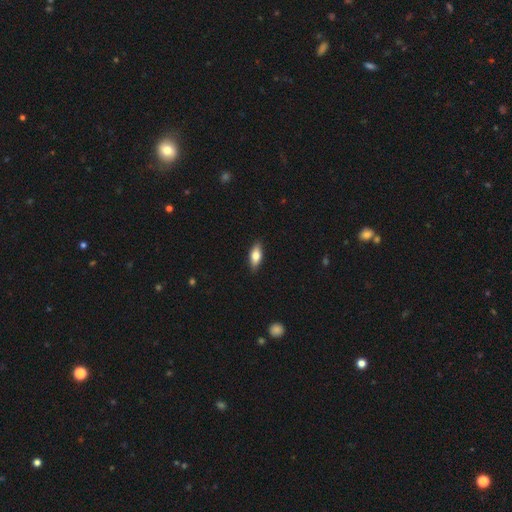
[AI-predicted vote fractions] smooth-or-featured: smooth: 72% | featured or disk: 21% | star or artifact: 6%
  how-rounded: in between: 76% | cigar-shaped: 21% | round: 3%
  merging: none: 88% | minor disturbance: 10% | major disturbance: 2% | merger: 1%